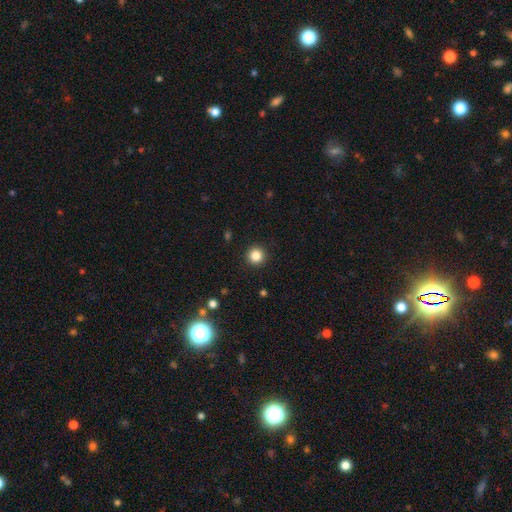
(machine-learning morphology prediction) A smooth galaxy with no disk features (84%) that is round (95%).

Vote fractions:
- Smooth or featured? smooth: 84% / star or artifact: 11% / featured or disk: 4%
- How rounded? round: 95% / in between: 4% / cigar-shaped: 1%
- Merging? none: 92% / minor disturbance: 5% / major disturbance: 2% / merger: 1%